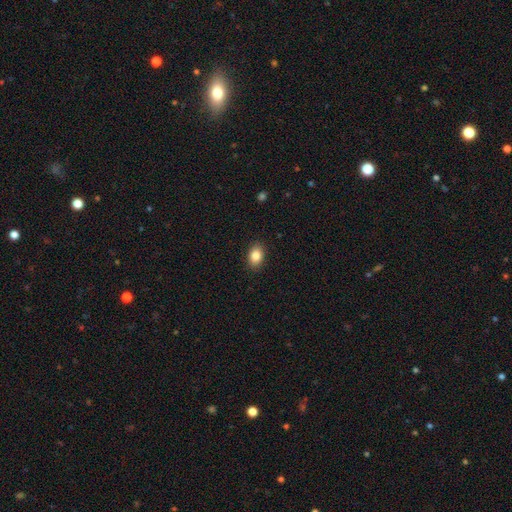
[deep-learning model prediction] Morphology: type=smooth (86%); roundness=in between (80%); merging=none (89%).